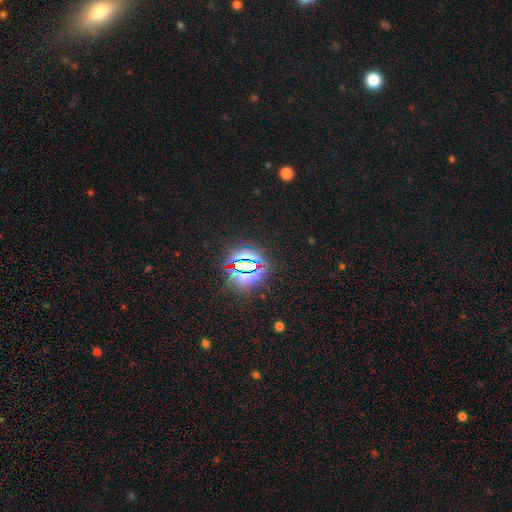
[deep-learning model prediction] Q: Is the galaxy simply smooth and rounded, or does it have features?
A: star or artifact — 82%.